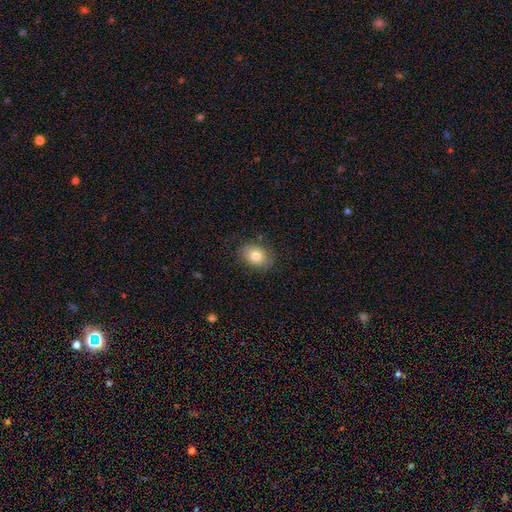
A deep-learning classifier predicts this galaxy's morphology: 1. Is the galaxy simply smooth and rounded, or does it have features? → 78% smooth, 13% featured or disk, 9% star or artifact.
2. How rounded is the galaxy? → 64% in between, 35% round, 1% cigar-shaped.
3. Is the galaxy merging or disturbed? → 81% none, 14% minor disturbance, 4% major disturbance, 1% merger.